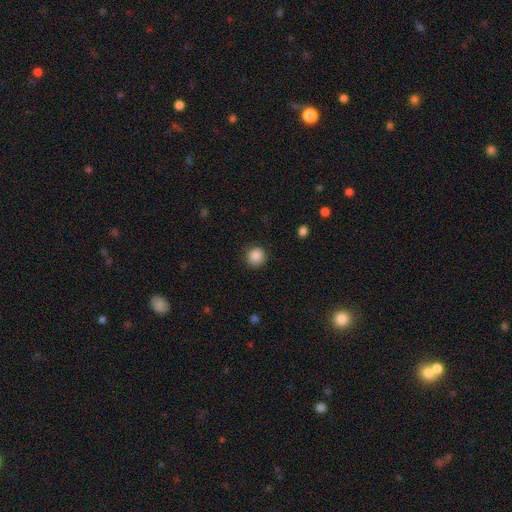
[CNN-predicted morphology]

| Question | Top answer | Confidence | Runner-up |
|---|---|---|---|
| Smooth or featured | smooth | 87% | star or artifact (10%) |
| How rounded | round | 92% | in between (7%) |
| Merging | none | 88% | minor disturbance (9%) |